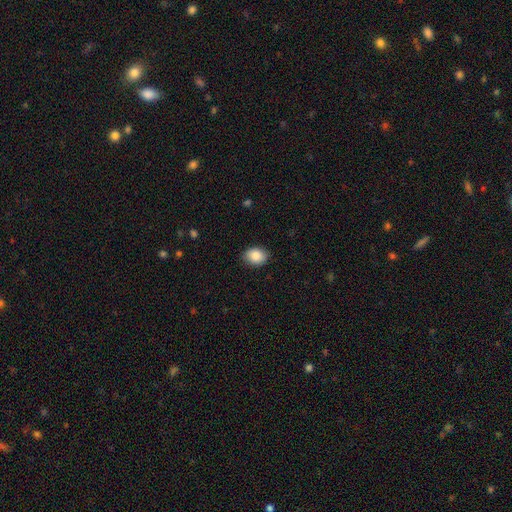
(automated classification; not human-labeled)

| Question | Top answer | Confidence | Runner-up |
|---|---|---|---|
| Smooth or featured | smooth | 88% | star or artifact (7%) |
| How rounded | in between | 64% | round (35%) |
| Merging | none | 87% | minor disturbance (10%) |